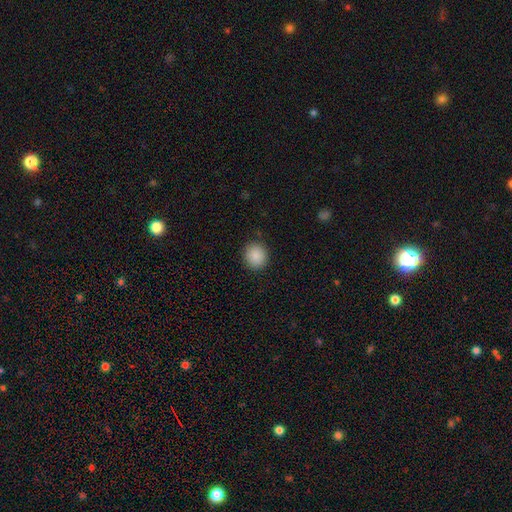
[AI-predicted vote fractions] Overall: smooth (88%). How rounded: round (84%). Merging: none (89%).